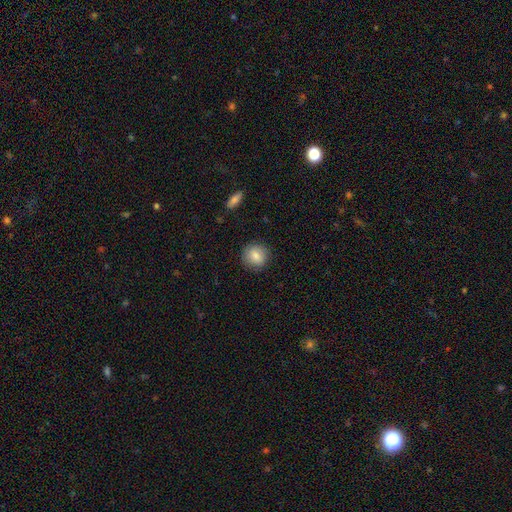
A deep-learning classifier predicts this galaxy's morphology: Smooth or featured?
  - smooth: 81% *
  - featured or disk: 10%
  - star or artifact: 8%
How rounded?
  - round: 87% *
  - in between: 12%
  - cigar-shaped: 1%
Merging?
  - none: 87% *
  - minor disturbance: 9%
  - major disturbance: 3%
  - merger: 1%